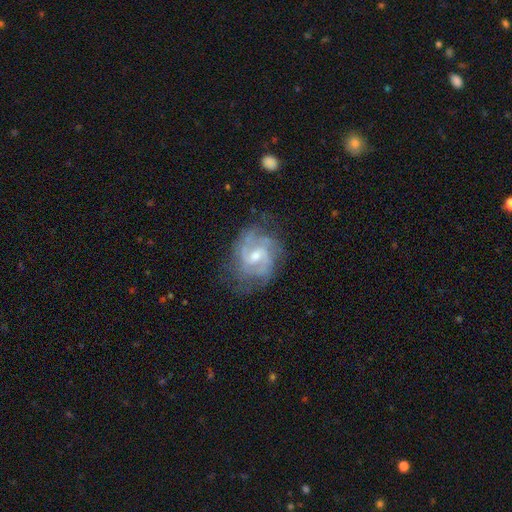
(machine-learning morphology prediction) The model was most divided on "bulge size": moderate: 50%, small: 45%, none: 2%, large: 2%, dominant: 1%. Remaining: edge-on disk — no (97%); spiral arms — yes (95%); smooth or featured — featured or disk (86%); merging — none (67%); spiral arm count — 2 (57%); bar — weak (56%); spiral winding — medium (47%).